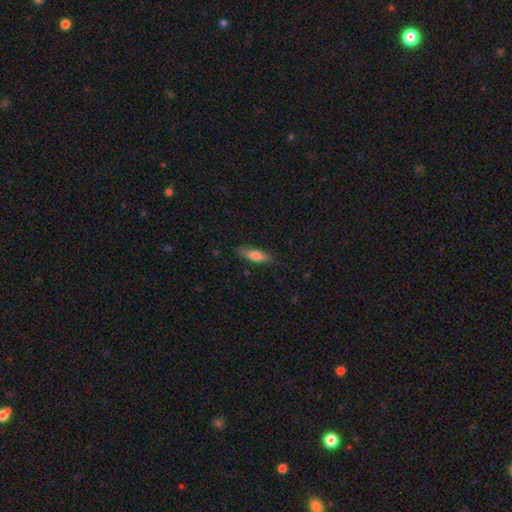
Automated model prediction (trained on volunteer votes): smooth-or-featured: smooth: 68% | featured or disk: 26% | star or artifact: 7%
  how-rounded: cigar-shaped: 53% | in between: 45% | round: 3%
  merging: none: 78% | minor disturbance: 17% | major disturbance: 3% | merger: 1%